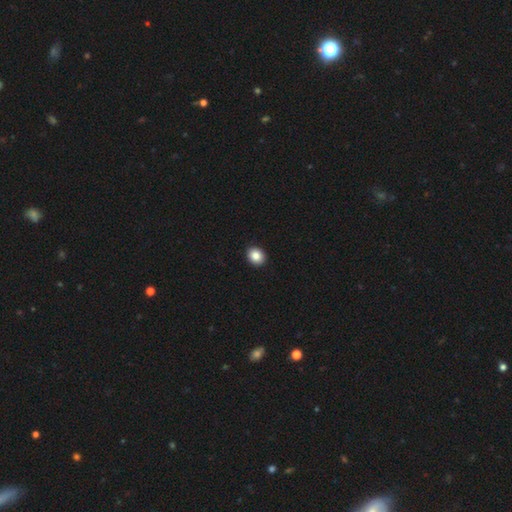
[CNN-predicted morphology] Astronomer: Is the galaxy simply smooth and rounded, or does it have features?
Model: smooth — 86%.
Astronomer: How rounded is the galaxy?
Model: round — 61% (runner-up: in between, 38%).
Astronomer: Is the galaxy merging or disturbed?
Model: none — 93%.